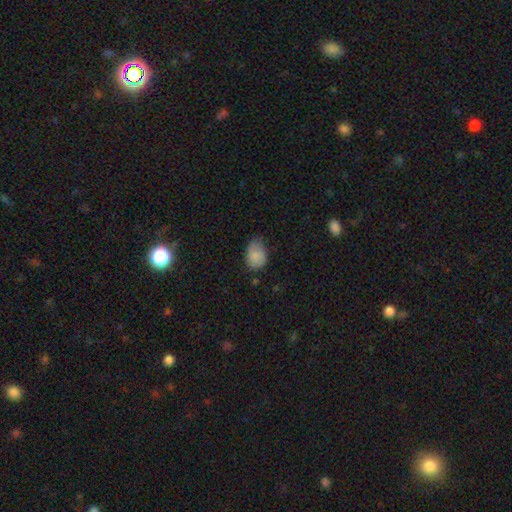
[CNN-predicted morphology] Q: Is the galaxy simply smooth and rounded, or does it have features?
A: smooth — 84%.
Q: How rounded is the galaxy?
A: in between — 70%.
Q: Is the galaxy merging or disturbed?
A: none — 52%.